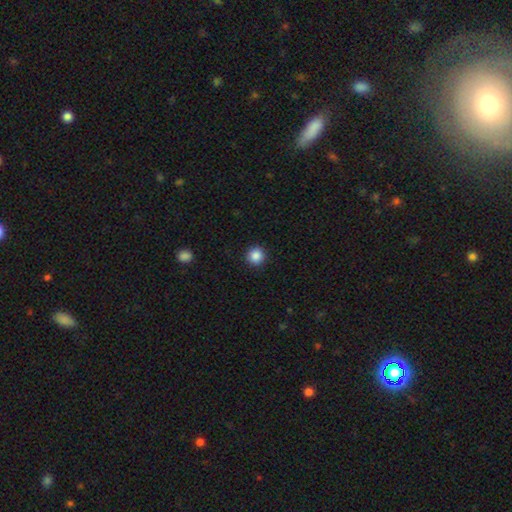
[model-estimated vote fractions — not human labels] This is clearly a smooth galaxy (87%). How rounded: clearly round (94%). Merging: clearly none (92%).